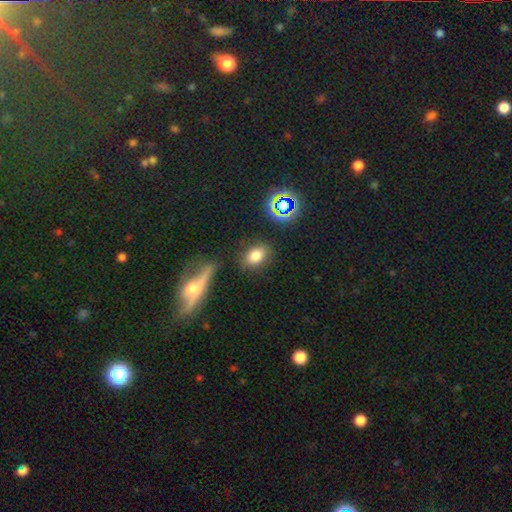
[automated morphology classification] A smooth galaxy with no disk features (77%) that is in between round and cigar-shaped (73%). Merging: none (83%).